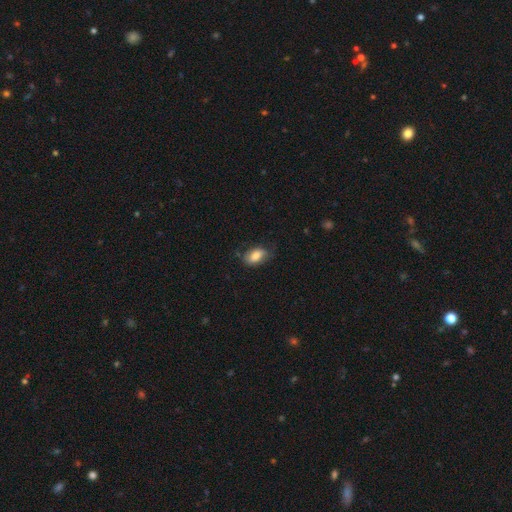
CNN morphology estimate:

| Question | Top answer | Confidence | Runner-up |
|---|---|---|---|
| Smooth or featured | smooth | 78% | featured or disk (15%) |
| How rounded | in between | 90% | round (8%) |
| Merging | none | 63% | minor disturbance (28%) |